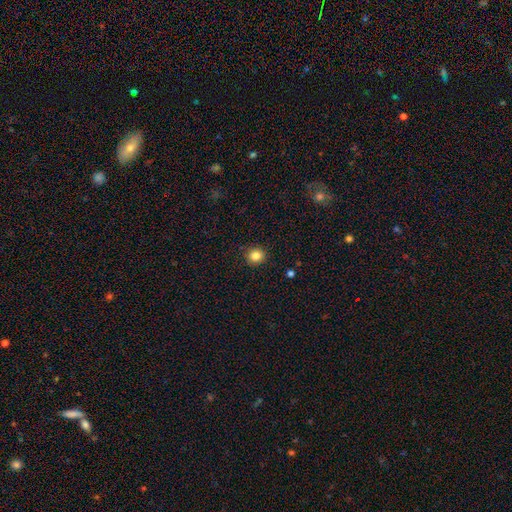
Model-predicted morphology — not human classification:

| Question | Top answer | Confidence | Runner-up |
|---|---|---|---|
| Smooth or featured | smooth | 84% | star or artifact (11%) |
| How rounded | round | 85% | in between (14%) |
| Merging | none | 89% | minor disturbance (7%) |